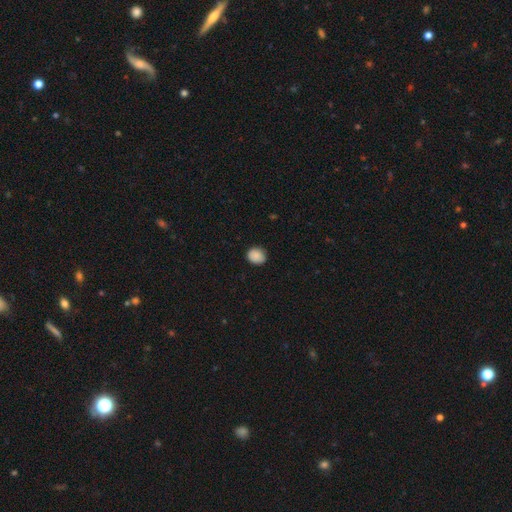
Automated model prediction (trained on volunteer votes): smooth_or_featured: smooth (p=0.89) [alt: star or artifact p=0.08]
how_rounded: round (p=0.67) [alt: in between p=0.32]
merging: none (p=0.86) [alt: minor disturbance p=0.11]